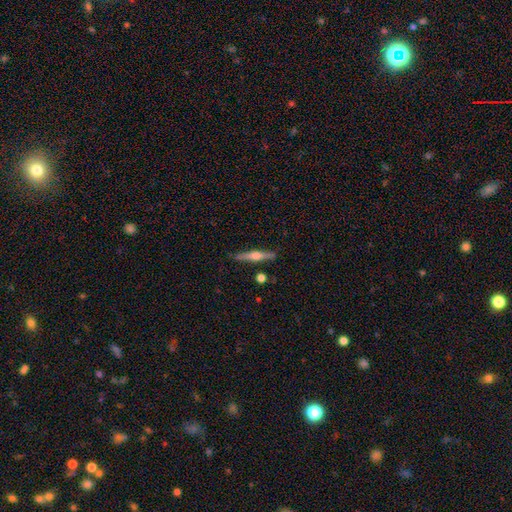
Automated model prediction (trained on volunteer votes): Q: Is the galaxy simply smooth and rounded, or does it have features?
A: featured or disk — 70%.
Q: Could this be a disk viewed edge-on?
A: yes — 98%.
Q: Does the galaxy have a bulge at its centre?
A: rounded — 86%.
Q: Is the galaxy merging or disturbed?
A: none — 89%.